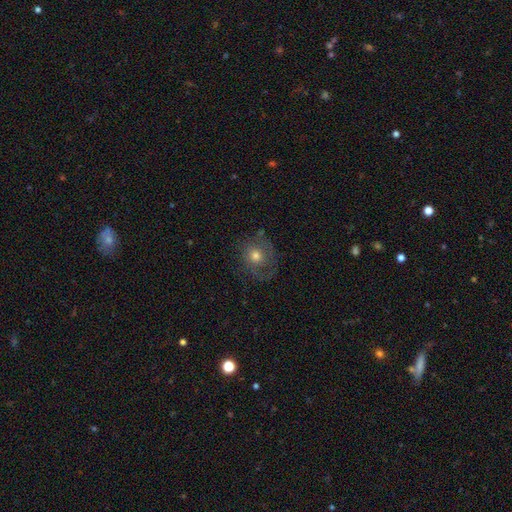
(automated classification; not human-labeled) Q: Smooth or featured?
A: smooth (47%); runner-up: featured or disk (41%)
Q: Merging?
A: none (65%); runner-up: minor disturbance (20%)